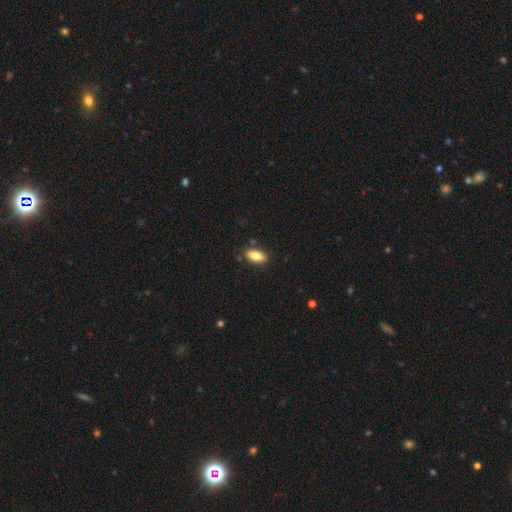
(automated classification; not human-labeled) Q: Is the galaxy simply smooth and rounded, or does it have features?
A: smooth — 82%.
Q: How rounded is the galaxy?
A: in between — 84%.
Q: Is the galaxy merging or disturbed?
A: none — 84%.